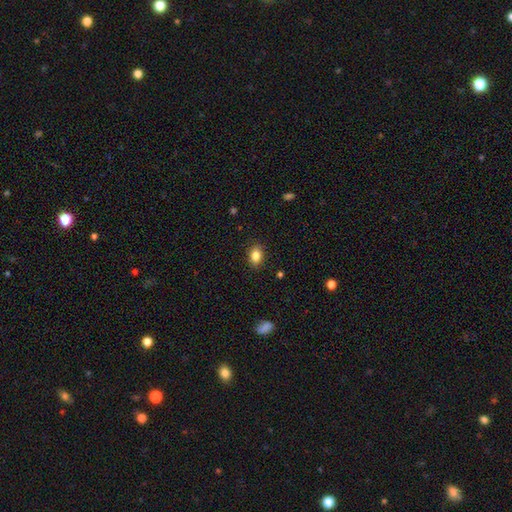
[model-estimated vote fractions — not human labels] smooth 84%, star or artifact 9%, featured or disk 7%. Down the decision tree: how rounded — in between (79%); merging — none (87%).